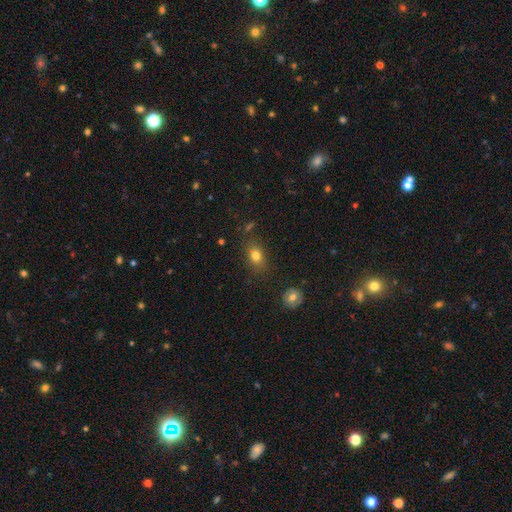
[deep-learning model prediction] A smooth galaxy with no disk features (79%) that is in between round and cigar-shaped (63%).

Vote fractions:
- Smooth or featured? smooth: 79% / star or artifact: 12% / featured or disk: 9%
- How rounded? in between: 63% / round: 35% / cigar-shaped: 2%
- Merging? none: 79% / minor disturbance: 14% / major disturbance: 4% / merger: 3%